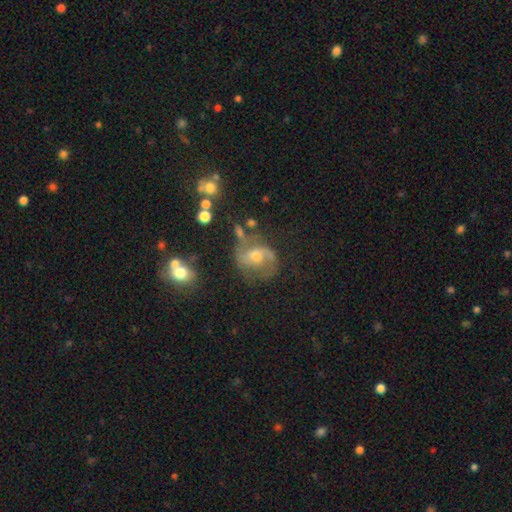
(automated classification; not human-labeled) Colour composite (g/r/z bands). It shows a featured or disk galaxy (71%) with no bar (45%), 2 (82%) medium (50%) spiral arms (88%) and a moderate central bulge (63%). Merging: none (58%).